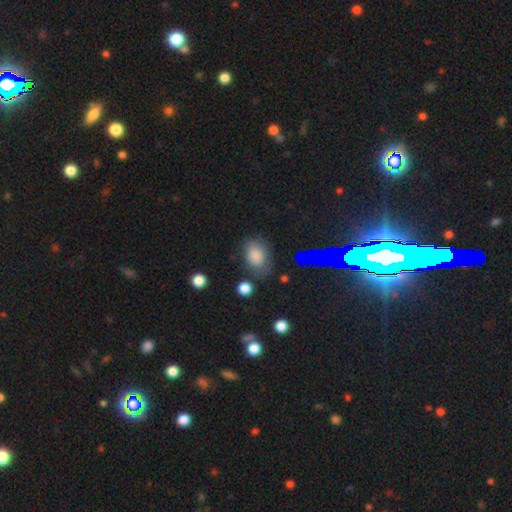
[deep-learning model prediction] Smooth or featured? smooth (75%)
How rounded? in between (79%)
Merging? none (67%)